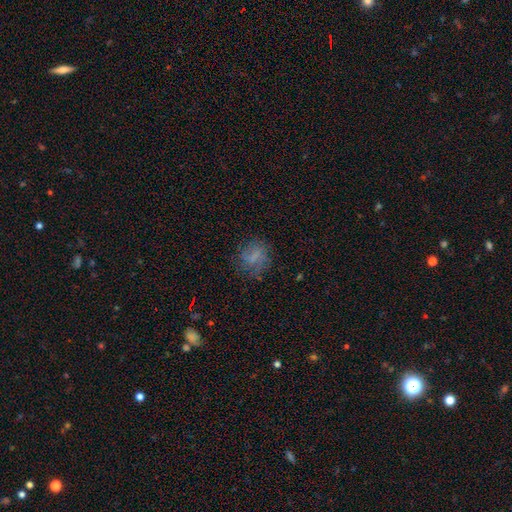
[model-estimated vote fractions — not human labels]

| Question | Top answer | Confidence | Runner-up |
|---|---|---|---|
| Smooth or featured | smooth | 54% | featured or disk (31%) |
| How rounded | round | 66% | in between (32%) |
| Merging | none | 65% | minor disturbance (19%) |